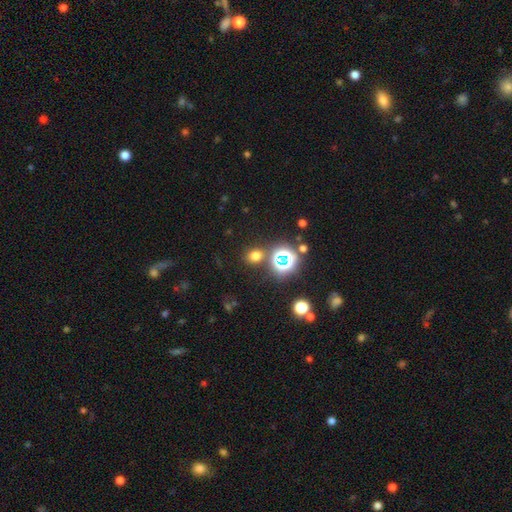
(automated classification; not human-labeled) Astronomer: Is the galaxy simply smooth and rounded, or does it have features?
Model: smooth — 65%.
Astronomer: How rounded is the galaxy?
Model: round — 64%.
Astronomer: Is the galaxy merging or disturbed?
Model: none — 82%.